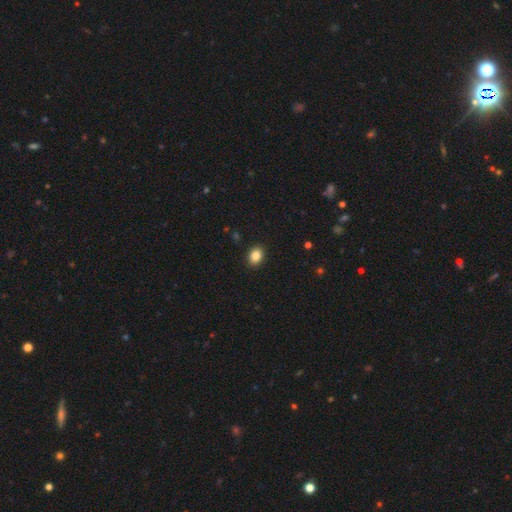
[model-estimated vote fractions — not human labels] Smooth or featured? Predicted: smooth (p=0.85). How rounded? Predicted: in between (p=0.61). Merging? Predicted: none (p=0.91).